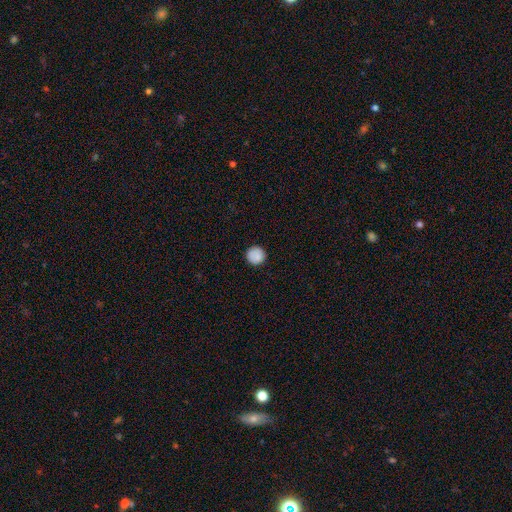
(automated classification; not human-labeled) smooth-or-featured: smooth: 87% | star or artifact: 8% | featured or disk: 5%
  how-rounded: round: 96% | in between: 3% | cigar-shaped: 1%
  merging: none: 90% | minor disturbance: 7% | major disturbance: 2% | merger: 1%